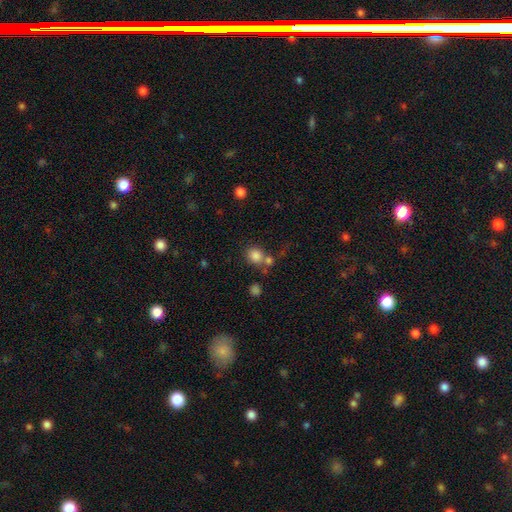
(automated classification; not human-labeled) A smooth galaxy with no disk features (82%) that is round (78%). Merging: none (58%).